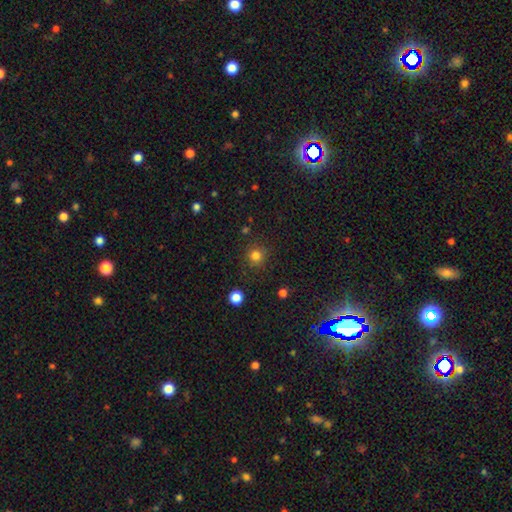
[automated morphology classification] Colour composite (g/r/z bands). It shows a smooth galaxy with no disk features (81%) that is round (93%). Merging: none (87%).